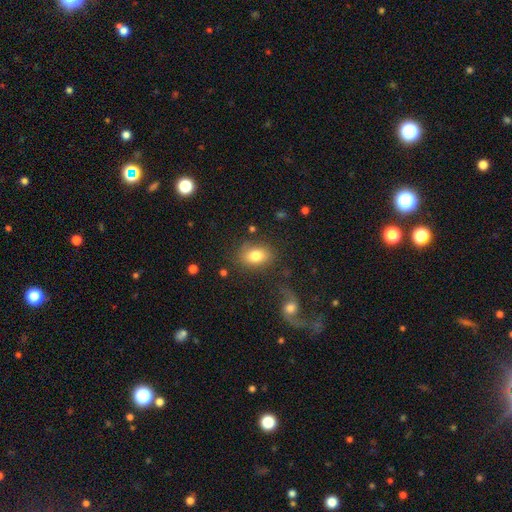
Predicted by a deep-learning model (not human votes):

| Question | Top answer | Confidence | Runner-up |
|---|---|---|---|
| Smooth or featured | smooth | 79% | featured or disk (13%) |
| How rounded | in between | 77% | round (21%) |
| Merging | none | 77% | minor disturbance (13%) |